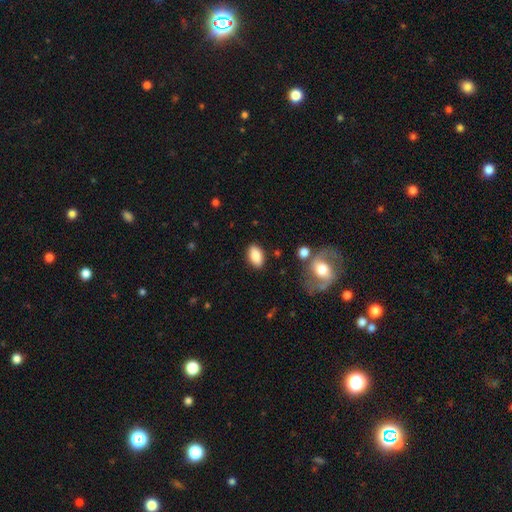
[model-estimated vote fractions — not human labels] Smooth or featured? Predicted: smooth (p=0.85). How rounded? Predicted: in between (p=0.92). Merging? Predicted: none (p=0.85).